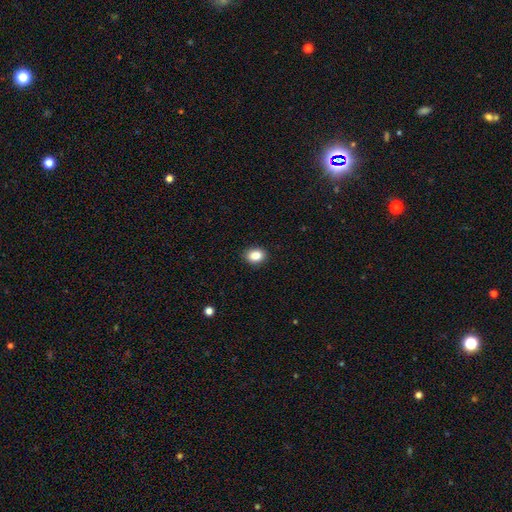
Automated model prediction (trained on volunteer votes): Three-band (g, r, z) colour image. It shows a smooth galaxy with no disk features (87%) that is in between round and cigar-shaped (64%). Merging: none (90%).